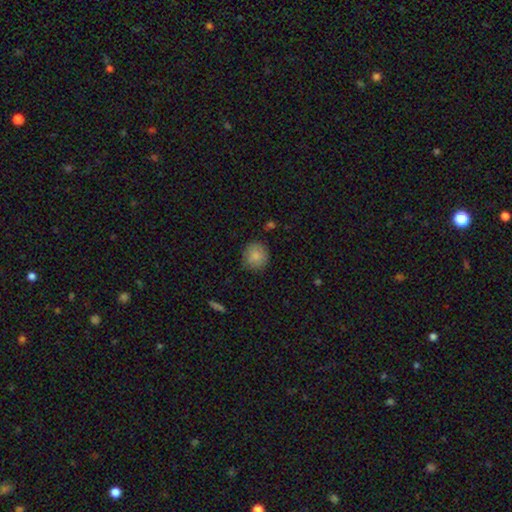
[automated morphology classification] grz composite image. It shows a smooth galaxy with no disk features (86%) that is round (90%). Merging: none (84%).